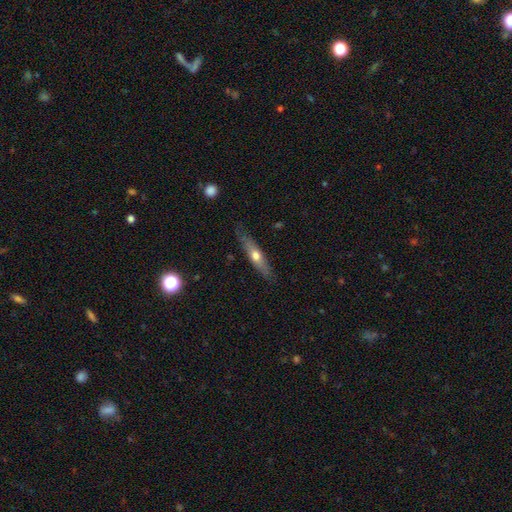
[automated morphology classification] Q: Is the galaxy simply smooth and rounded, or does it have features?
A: smooth — 49%.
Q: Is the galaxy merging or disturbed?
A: none — 79%.